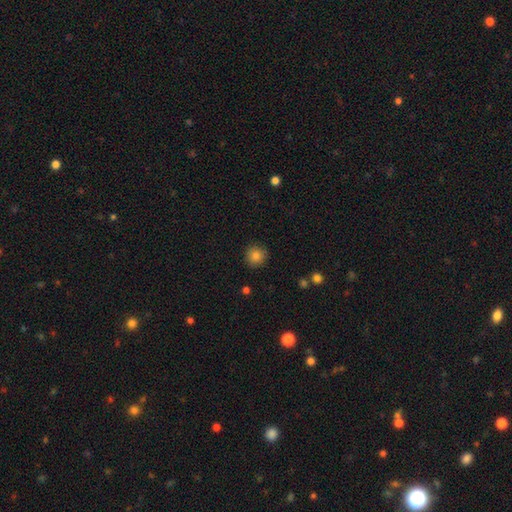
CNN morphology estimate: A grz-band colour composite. It shows a smooth galaxy with no disk features (83%) that is round (93%). Merging: none (89%).